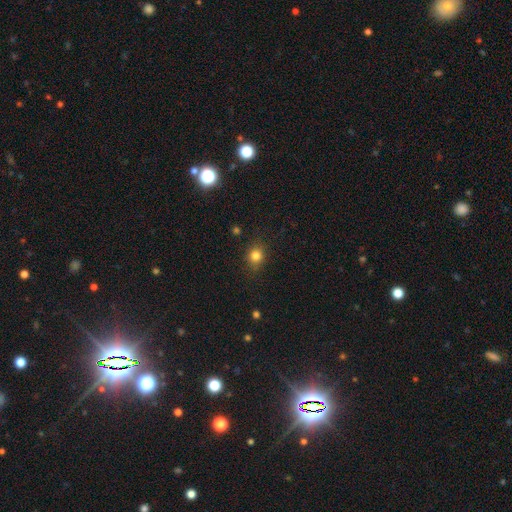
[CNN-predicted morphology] This is clearly a smooth galaxy (81%). How rounded: likely round (69%). Merging: clearly none (84%).